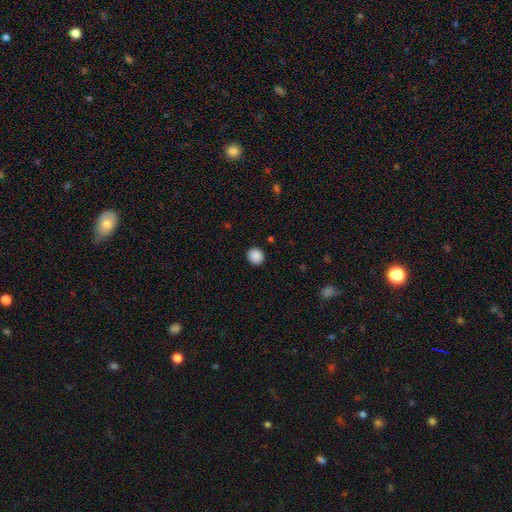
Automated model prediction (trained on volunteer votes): Morphology: type=smooth (89%); roundness=round (89%); merging=none (91%).